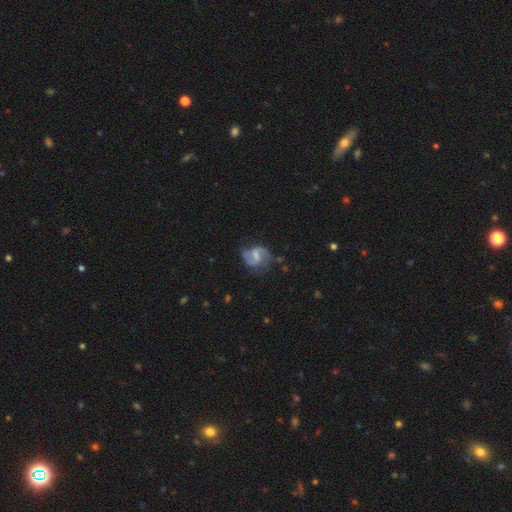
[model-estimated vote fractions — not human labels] featured or disk 83%, smooth 11%, star or artifact 6%. Down the decision tree: edge-on disk — no (98%); bar — weak (54%); spiral arms — yes (95%); spiral arm count — 2 (90%); spiral winding — medium (51%); bulge size — small (39%); merging — none (71%).